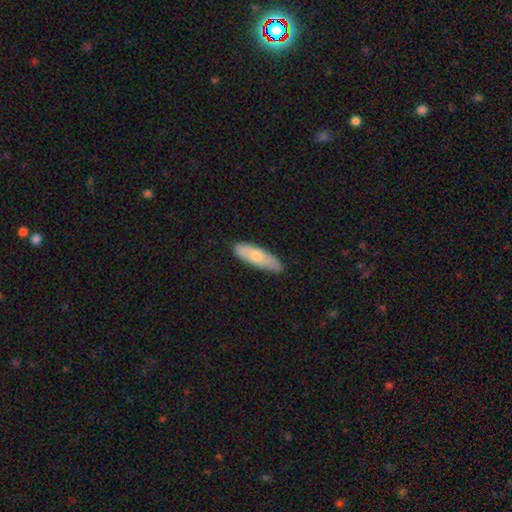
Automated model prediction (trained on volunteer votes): Smooth or featured: smooth — 70% (featured or disk — 25%)
How rounded: cigar-shaped — 50% (in between — 48%)
Merging: none — 79% (minor disturbance — 17%)